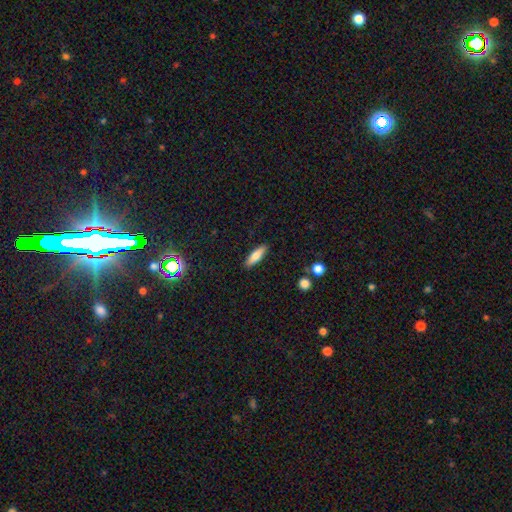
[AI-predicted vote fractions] Smooth or featured: smooth — 75% (featured or disk — 19%)
How rounded: cigar-shaped — 57% (in between — 41%)
Merging: none — 89% (minor disturbance — 8%)